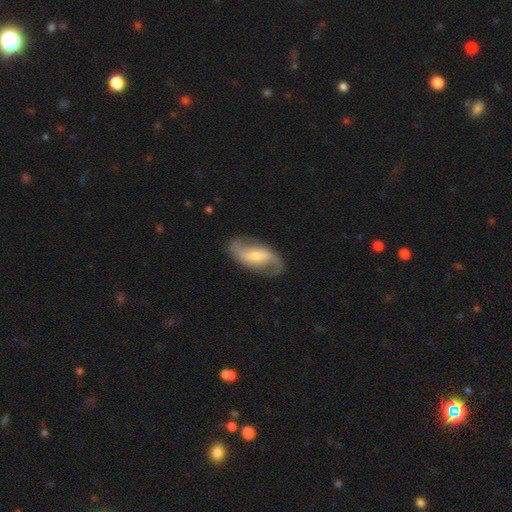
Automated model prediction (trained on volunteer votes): Smooth or featured?
  - featured or disk: 81% *
  - smooth: 14%
  - star or artifact: 5%
Edge-on disk?
  - no: 96% *
  - yes: 4%
Bar?
  - weak: 47% *
  - strong: 29%
  - no: 24%
Spiral arms?
  - yes: 94% *
  - no: 6%
Spiral winding?
  - loose: 54% *
  - medium: 36%
  - tight: 10%
Spiral arm count?
  - 2: 91% *
  - can't tell: 3%
  - 1: 3%
  - 3: 1%
  - 4: 1%
  - more than 4: 1%
Bulge size?
  - small: 45% *
  - moderate: 42%
  - large: 6%
  - none: 5%
  - dominant: 1%
Merging?
  - none: 80% *
  - minor disturbance: 13%
  - major disturbance: 6%
  - merger: 1%